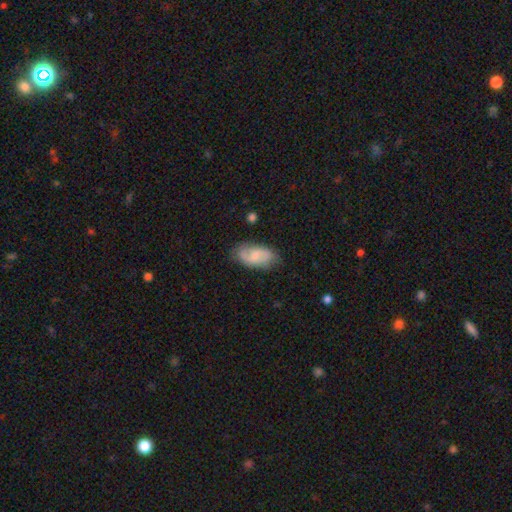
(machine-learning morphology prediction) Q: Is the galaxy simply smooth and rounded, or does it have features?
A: smooth — 48%.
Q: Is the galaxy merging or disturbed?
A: none — 73%.